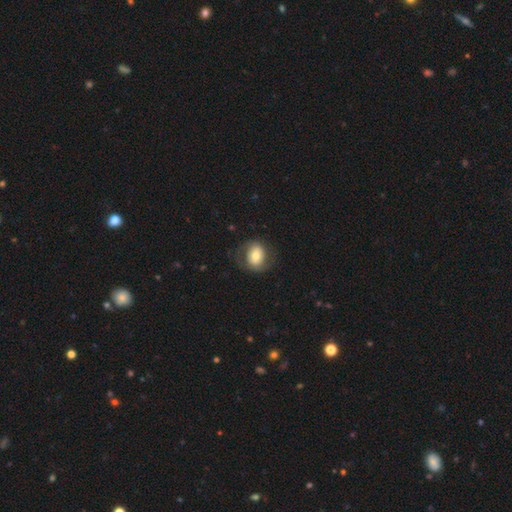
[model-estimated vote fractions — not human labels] smooth_or_featured: smooth (p=0.59) [alt: featured or disk p=0.33]
how_rounded: round (p=0.53) [alt: in between p=0.46]
merging: none (p=0.69) [alt: minor disturbance p=0.17]